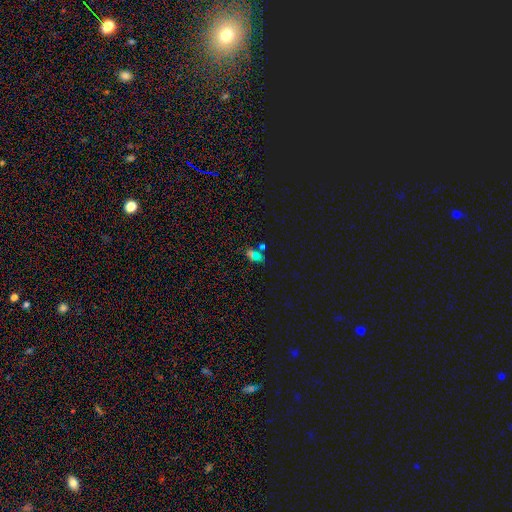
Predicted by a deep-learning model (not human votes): A smooth galaxy with no disk features (52%) that is in between round and cigar-shaped (70%).

Vote fractions:
- Smooth or featured? smooth: 52% / star or artifact: 31% / featured or disk: 18%
- How rounded? in between: 70% / round: 21% / cigar-shaped: 9%
- Merging? none: 47% / merger: 32% / minor disturbance: 13% / major disturbance: 8%